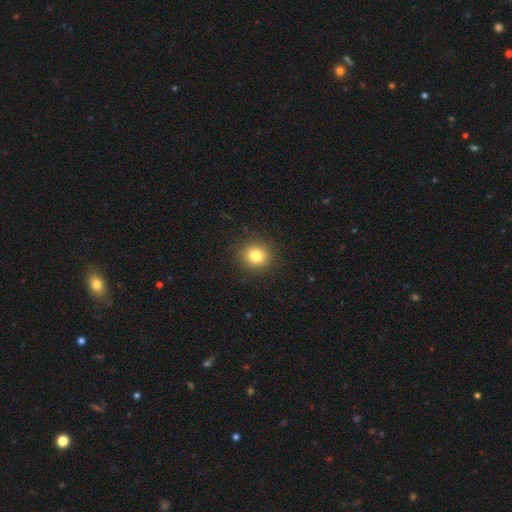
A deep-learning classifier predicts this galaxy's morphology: smooth_or_featured: smooth (p=0.81) [alt: star or artifact p=0.11]
how_rounded: round (p=0.86) [alt: in between p=0.13]
merging: none (p=0.90) [alt: minor disturbance p=0.07]